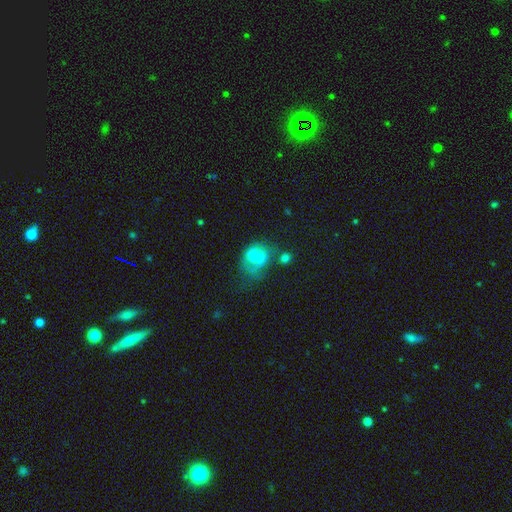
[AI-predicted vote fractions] Q: Smooth or featured?
A: smooth (68%); runner-up: featured or disk (23%)
Q: How rounded?
A: round (53%); runner-up: in between (46%)
Q: Merging?
A: none (34%); runner-up: minor disturbance (29%)